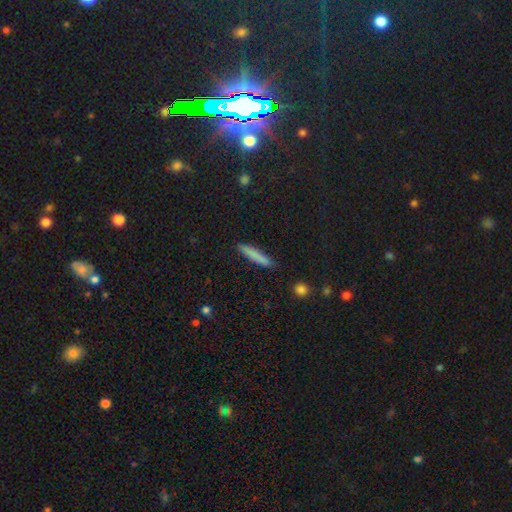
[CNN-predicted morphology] smooth_or_featured: smooth (p=0.81) [alt: featured or disk p=0.12]
how_rounded: cigar-shaped (p=0.92) [alt: in between p=0.06]
merging: none (p=0.89) [alt: minor disturbance p=0.08]